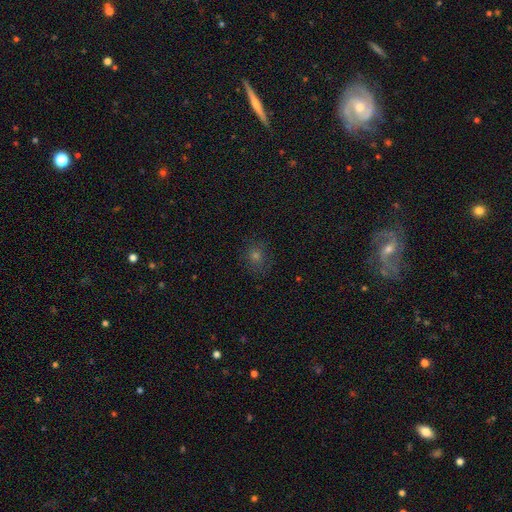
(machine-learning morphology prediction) Smooth or featured? Predicted: smooth (p=0.58). How rounded? Predicted: round (p=0.81). Merging? Predicted: none (p=0.83).